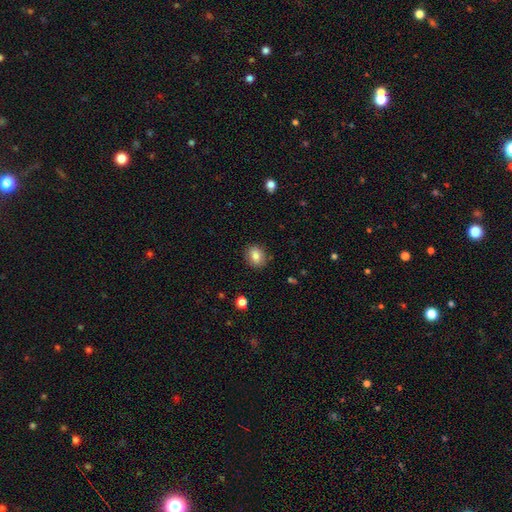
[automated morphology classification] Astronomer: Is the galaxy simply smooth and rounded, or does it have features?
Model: smooth — 84%.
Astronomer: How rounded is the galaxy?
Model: in between — 54% (runner-up: round, 45%).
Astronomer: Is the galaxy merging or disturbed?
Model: none — 87%.